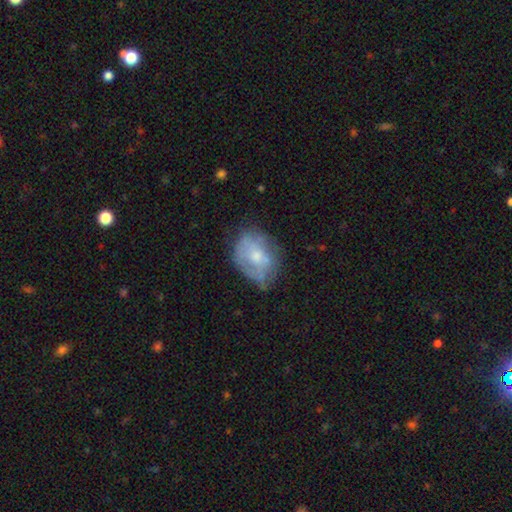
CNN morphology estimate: A smooth galaxy with no disk features (46%, tied with featured or disk). Merging: none (50%).